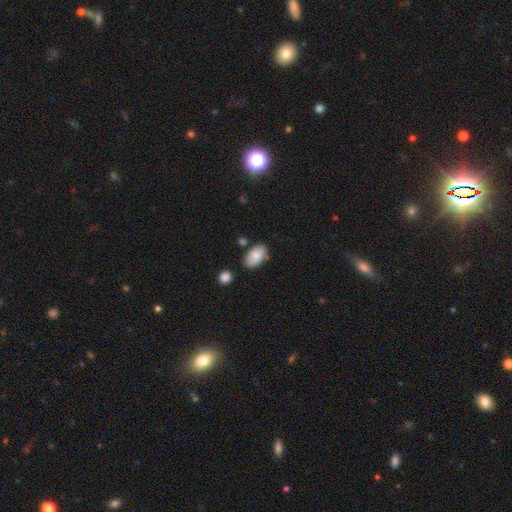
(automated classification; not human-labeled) The model was most divided on "merging": none: 73%, minor disturbance: 18%, merger: 6%, major disturbance: 4%. More confident: how rounded — in between (94%); smooth or featured — smooth (84%).